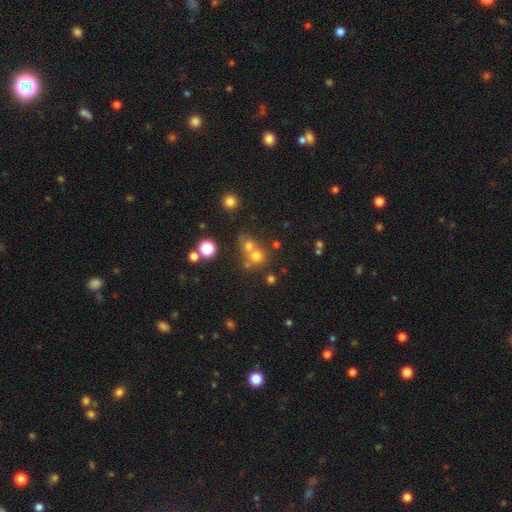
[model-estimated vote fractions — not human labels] This is likely a smooth galaxy (67%). How rounded: clearly round (85%). Merging: possibly none (45%).